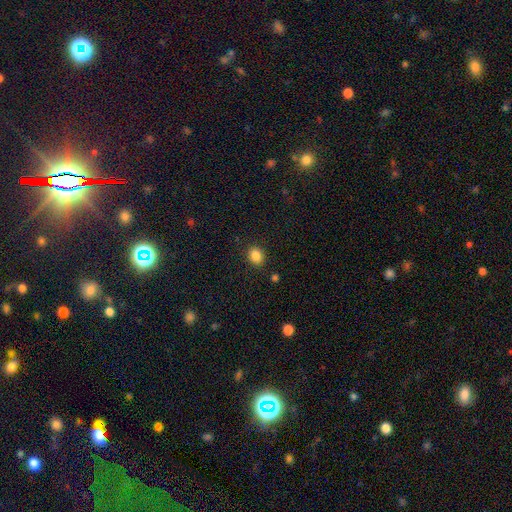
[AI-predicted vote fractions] Smooth or featured? smooth (86%)
How rounded? round (59%)
Merging? none (88%)